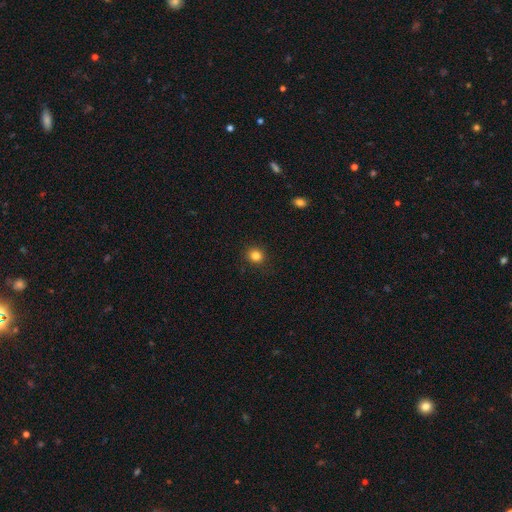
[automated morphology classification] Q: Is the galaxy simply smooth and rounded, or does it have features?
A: smooth — 83%.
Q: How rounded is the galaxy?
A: round — 87%.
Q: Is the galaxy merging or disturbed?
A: none — 90%.